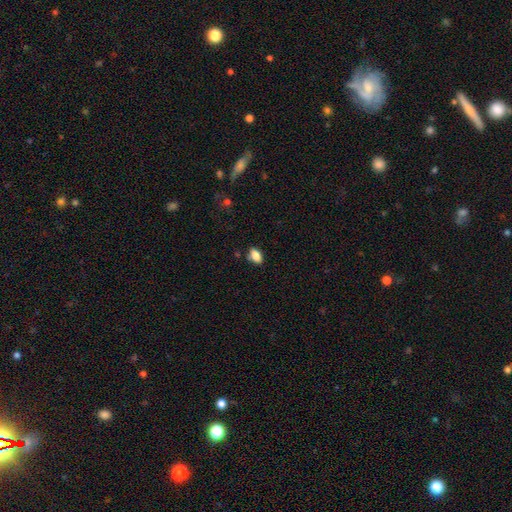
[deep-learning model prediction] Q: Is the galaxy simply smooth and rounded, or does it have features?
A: smooth — 83%.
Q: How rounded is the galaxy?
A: in between — 88%.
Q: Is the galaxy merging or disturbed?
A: none — 78%.